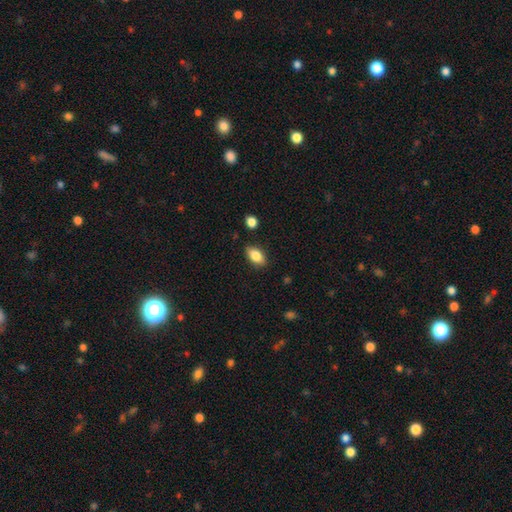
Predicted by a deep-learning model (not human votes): A smooth galaxy with no disk features (83%) that is in between round and cigar-shaped (89%).

Vote fractions:
- Smooth or featured? smooth: 83% / featured or disk: 9% / star or artifact: 8%
- How rounded? in between: 89% / round: 8% / cigar-shaped: 4%
- Merging? none: 86% / minor disturbance: 10% / major disturbance: 2% / merger: 2%